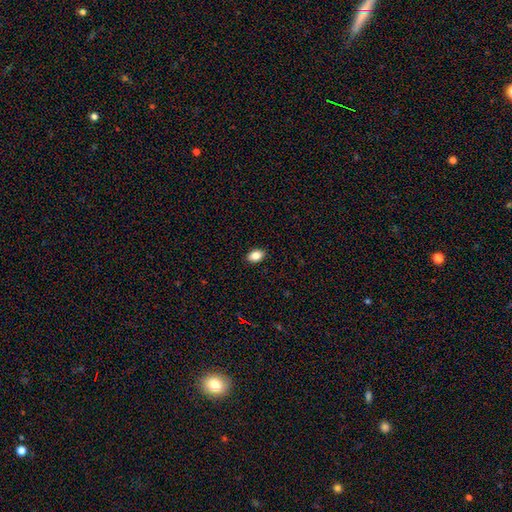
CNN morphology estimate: Smooth or featured? Predicted: smooth (p=0.86). How rounded? Predicted: in between (p=0.87). Merging? Predicted: none (p=0.90).